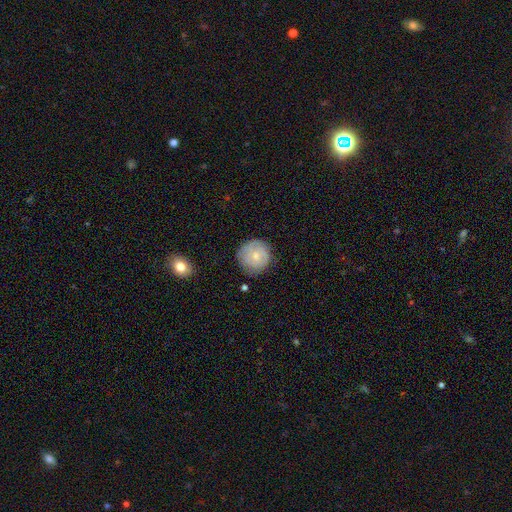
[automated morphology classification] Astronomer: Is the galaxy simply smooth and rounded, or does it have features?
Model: smooth — 56% (runner-up: featured or disk, 37%).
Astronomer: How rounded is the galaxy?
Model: round — 93%.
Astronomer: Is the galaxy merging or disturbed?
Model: none — 76%.